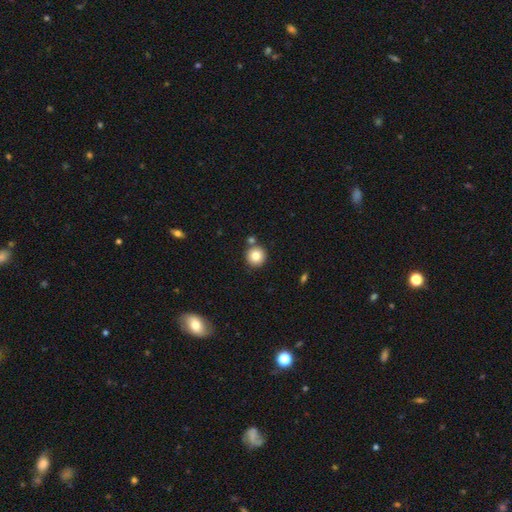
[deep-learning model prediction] Smooth or featured: smooth — 82% (star or artifact — 10%)
How rounded: round — 95% (in between — 4%)
Merging: none — 79% (merger — 11%)